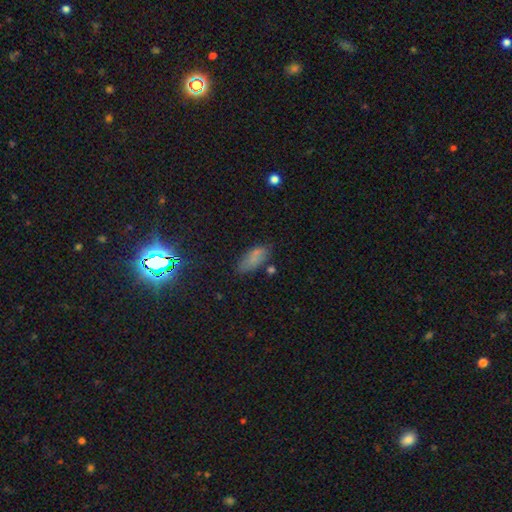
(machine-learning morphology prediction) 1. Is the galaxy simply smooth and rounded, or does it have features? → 58% smooth, 28% star or artifact, 13% featured or disk.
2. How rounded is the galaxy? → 74% in between, 21% cigar-shaped, 5% round.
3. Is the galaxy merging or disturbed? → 70% none, 19% minor disturbance, 6% major disturbance, 4% merger.